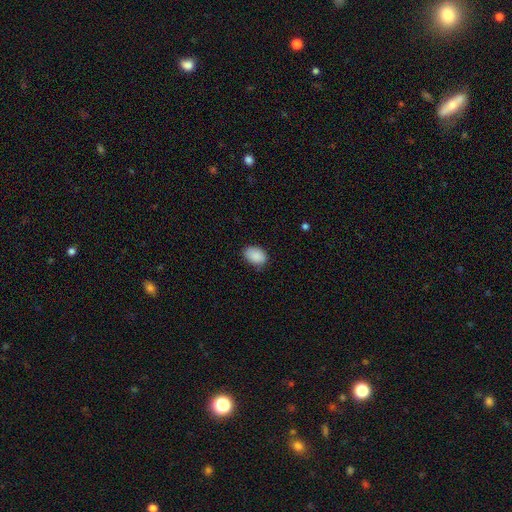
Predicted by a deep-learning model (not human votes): Smooth or featured: smooth — 89% (star or artifact — 7%)
How rounded: in between — 83% (round — 16%)
Merging: none — 75% (minor disturbance — 20%)